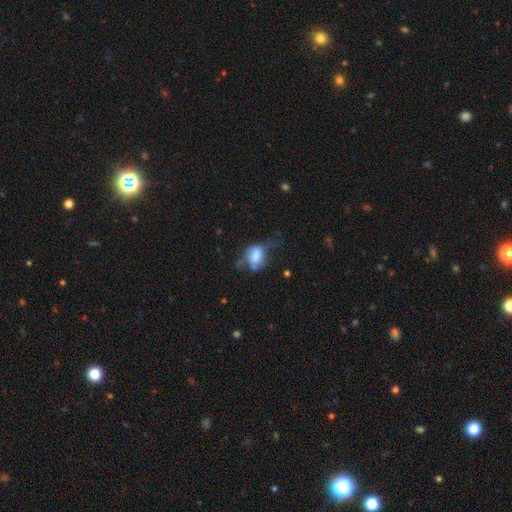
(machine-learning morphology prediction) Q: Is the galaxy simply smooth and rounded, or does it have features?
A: smooth — 63%.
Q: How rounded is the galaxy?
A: in between — 68%.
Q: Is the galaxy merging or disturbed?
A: major disturbance — 33%.